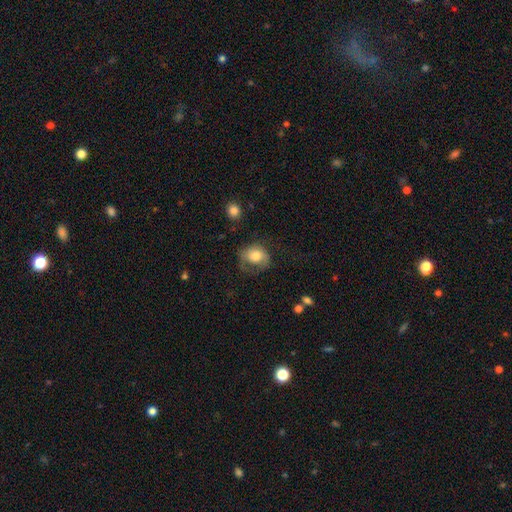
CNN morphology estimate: Smooth or featured? Predicted: smooth (p=0.68). How rounded? Predicted: round (p=0.55). Merging? Predicted: none (p=0.41).